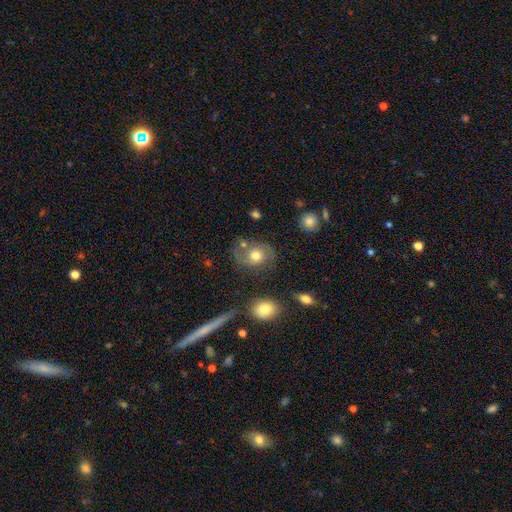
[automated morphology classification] Smooth or featured? smooth (54%)
How rounded? round (54%)
Merging? none (65%)